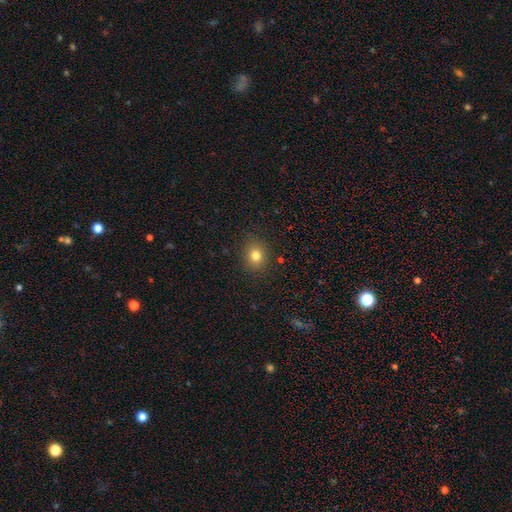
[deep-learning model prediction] A smooth galaxy with no disk features (80%) that is round (67%). Merging: none (88%).